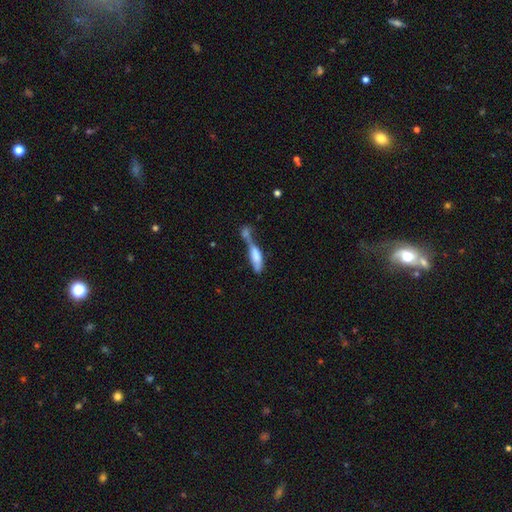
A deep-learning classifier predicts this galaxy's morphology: smooth_or_featured: smooth (p=0.67) [alt: featured or disk p=0.25]
how_rounded: in between (p=0.49) [alt: cigar-shaped p=0.48]
merging: merger (p=0.64) [alt: major disturbance p=0.14]